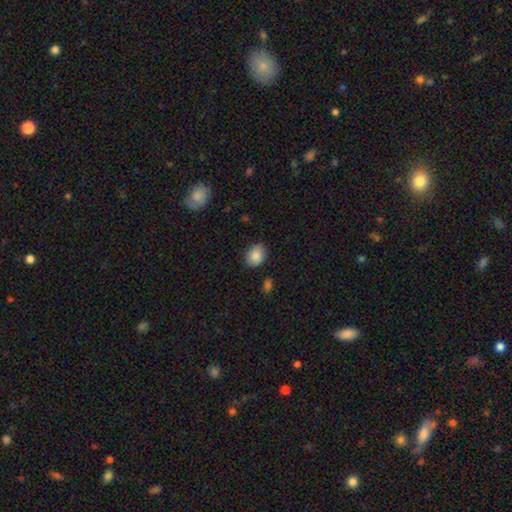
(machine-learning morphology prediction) Smooth or featured: smooth — 86% (star or artifact — 8%)
How rounded: in between — 59% (round — 40%)
Merging: none — 81% (minor disturbance — 14%)